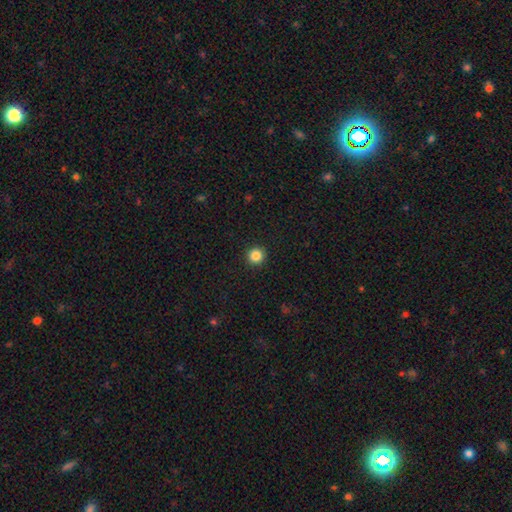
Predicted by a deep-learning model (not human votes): A smooth galaxy with no disk features (86%) that is round (95%).

Vote fractions:
- Smooth or featured? smooth: 86% / star or artifact: 11% / featured or disk: 4%
- How rounded? round: 95% / in between: 4% / cigar-shaped: 1%
- Merging? none: 93% / minor disturbance: 4% / major disturbance: 2% / merger: 1%